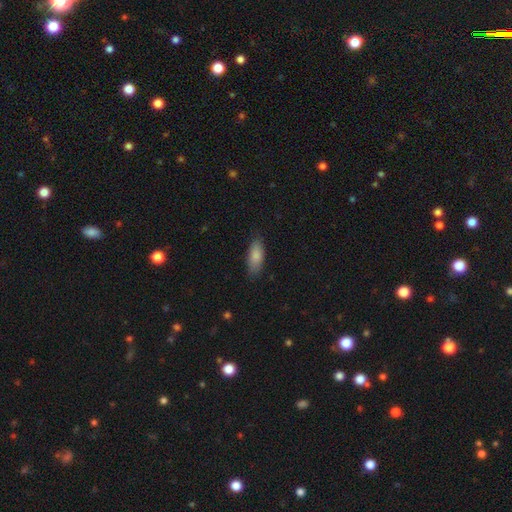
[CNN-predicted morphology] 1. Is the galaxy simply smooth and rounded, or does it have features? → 85% smooth, 9% featured or disk, 6% star or artifact.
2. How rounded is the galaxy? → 81% in between, 17% cigar-shaped, 2% round.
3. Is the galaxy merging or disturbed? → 82% none, 14% minor disturbance, 3% major disturbance, 1% merger.